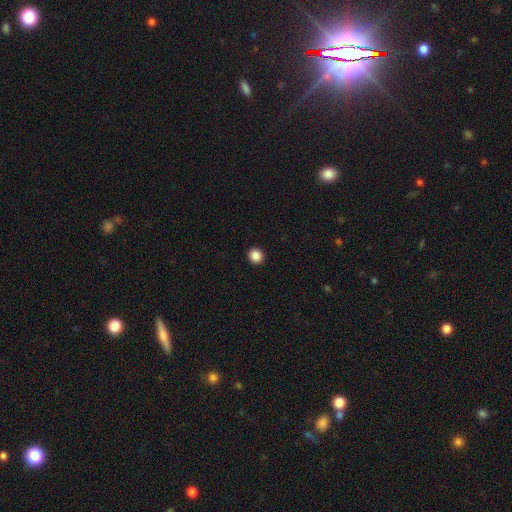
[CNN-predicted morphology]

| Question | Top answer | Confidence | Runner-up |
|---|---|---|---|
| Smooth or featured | smooth | 87% | star or artifact (10%) |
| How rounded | round | 86% | in between (13%) |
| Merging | none | 93% | minor disturbance (4%) |